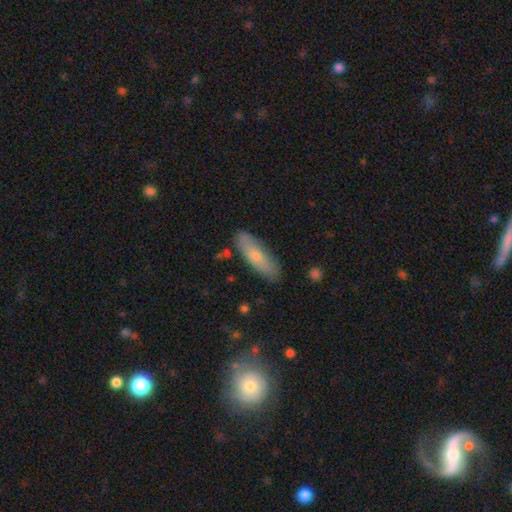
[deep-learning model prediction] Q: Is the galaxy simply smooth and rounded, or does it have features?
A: smooth — 70%.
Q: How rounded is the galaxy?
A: cigar-shaped — 50%.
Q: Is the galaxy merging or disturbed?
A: none — 83%.